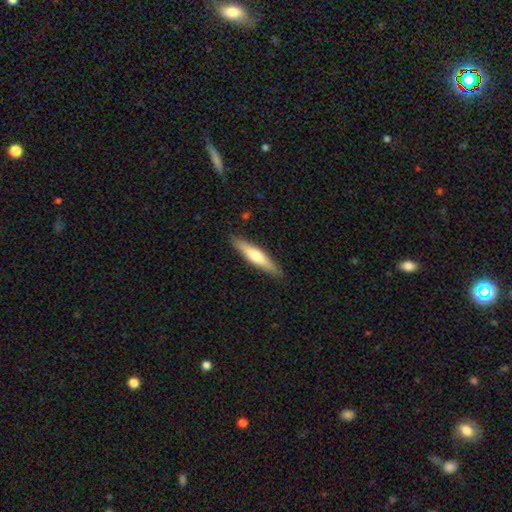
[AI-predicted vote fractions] A smooth galaxy with no disk features (52%) that is cigar-shaped (84%). Merging: none (88%).